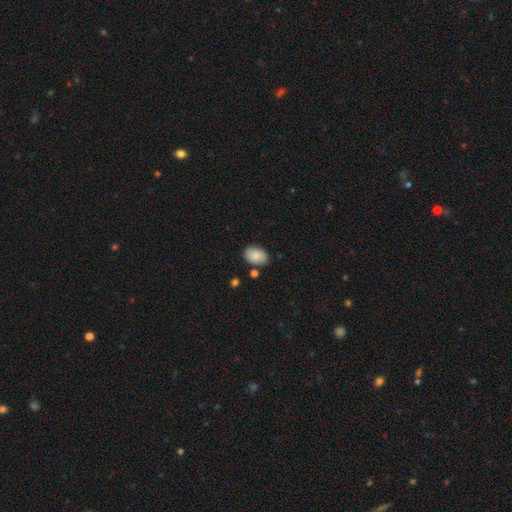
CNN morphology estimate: smooth 87%, star or artifact 7%, featured or disk 6%. Down the decision tree: how rounded — in between (87%); merging — none (80%).